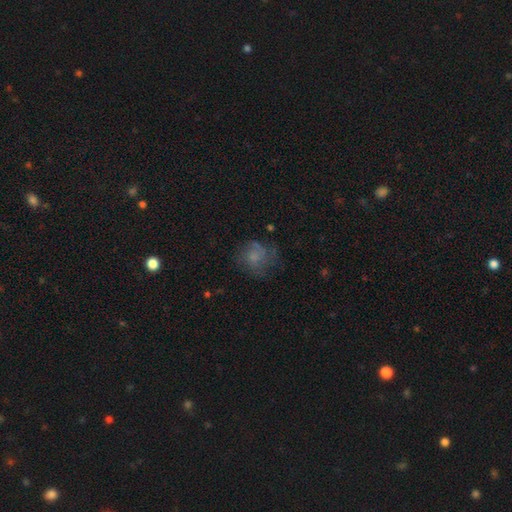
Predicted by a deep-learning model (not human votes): Overall: smooth (54%; featured or disk 34%). How rounded: round (75%). Merging: none (53%; minor disturbance 23%).